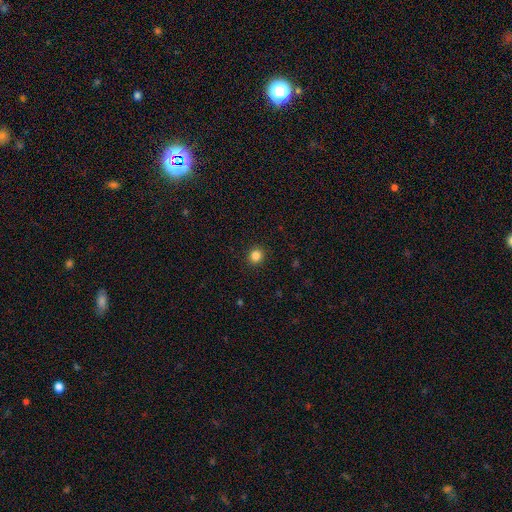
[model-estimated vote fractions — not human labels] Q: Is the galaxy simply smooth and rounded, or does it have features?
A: smooth — 85%.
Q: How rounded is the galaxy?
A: round — 89%.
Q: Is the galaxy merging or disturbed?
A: none — 92%.